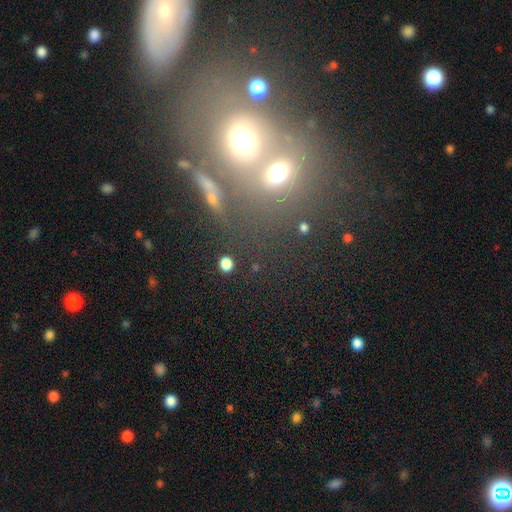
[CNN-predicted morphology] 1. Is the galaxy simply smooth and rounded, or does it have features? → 41% smooth, 39% star or artifact, 20% featured or disk.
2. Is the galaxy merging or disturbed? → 49% merger, 35% none, 9% minor disturbance, 7% major disturbance.